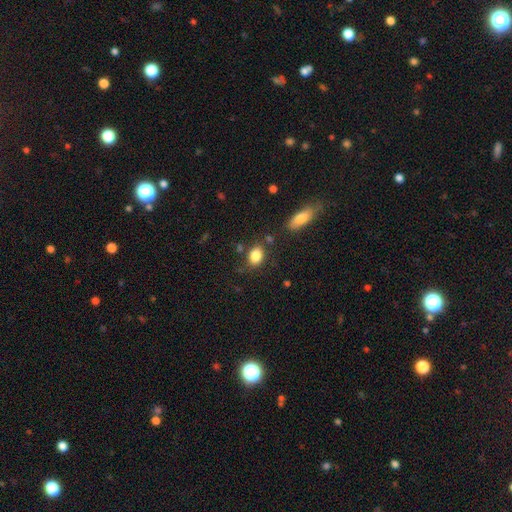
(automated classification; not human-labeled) Smooth or featured: smooth — 85% (star or artifact — 9%)
How rounded: in between — 70% (round — 29%)
Merging: none — 76% (minor disturbance — 14%)